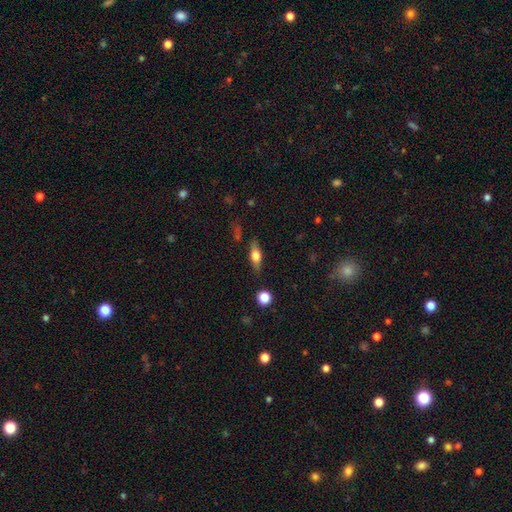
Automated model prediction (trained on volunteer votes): Morphology: type=smooth (49%); merging=none (82%).